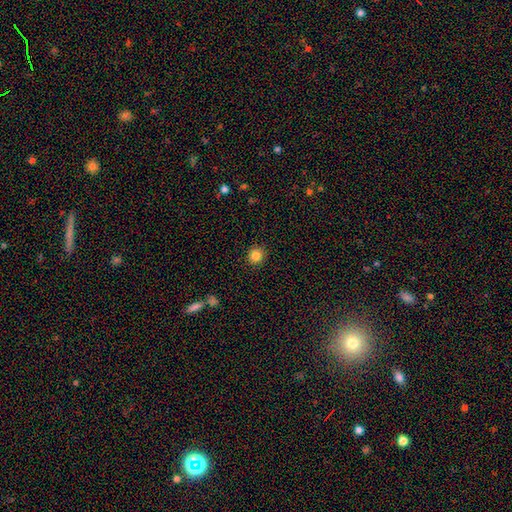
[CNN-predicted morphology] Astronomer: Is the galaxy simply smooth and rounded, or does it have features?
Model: smooth — 84%.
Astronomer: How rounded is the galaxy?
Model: round — 91%.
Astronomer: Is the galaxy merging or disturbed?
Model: none — 91%.